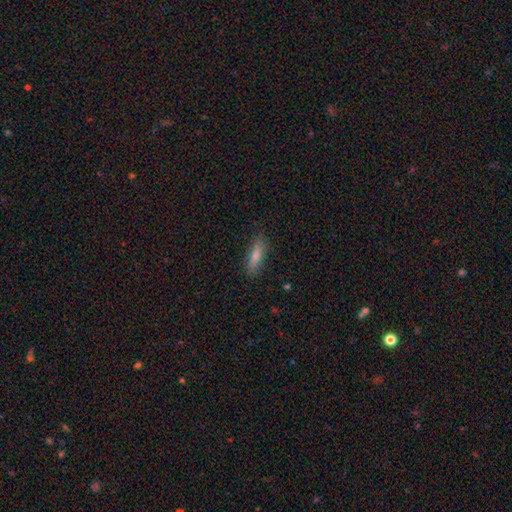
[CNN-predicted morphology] A smooth galaxy with no disk features (70%) that is cigar-shaped (67%).

Vote fractions:
- Smooth or featured? smooth: 70% / featured or disk: 22% / star or artifact: 8%
- How rounded? cigar-shaped: 67% / in between: 31% / round: 2%
- Merging? none: 86% / minor disturbance: 11% / major disturbance: 2% / merger: 1%